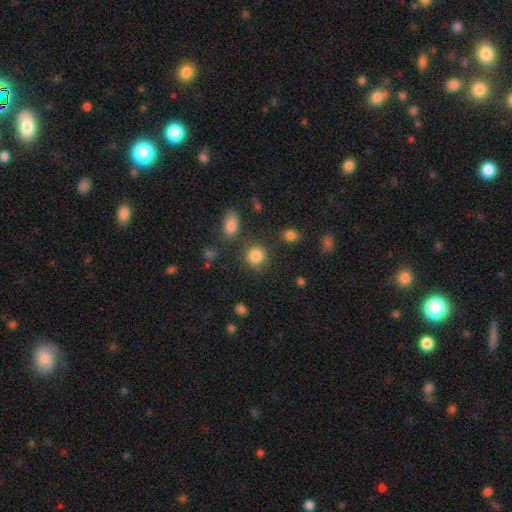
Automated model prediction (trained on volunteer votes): A smooth galaxy with no disk features (84%) that is round (85%). Merging: none (78%).